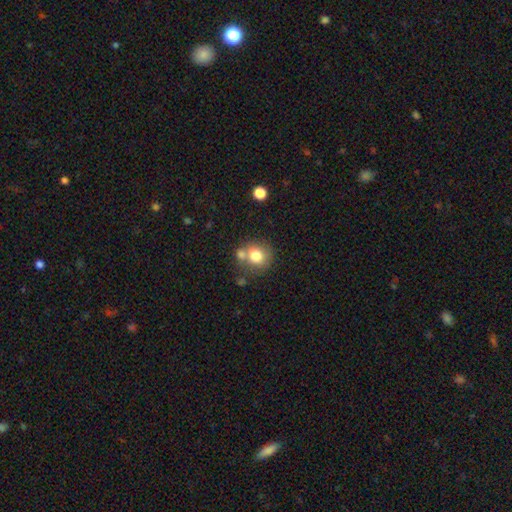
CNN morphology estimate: Smooth or featured? smooth (77%)
How rounded? round (82%)
Merging? none (55%)